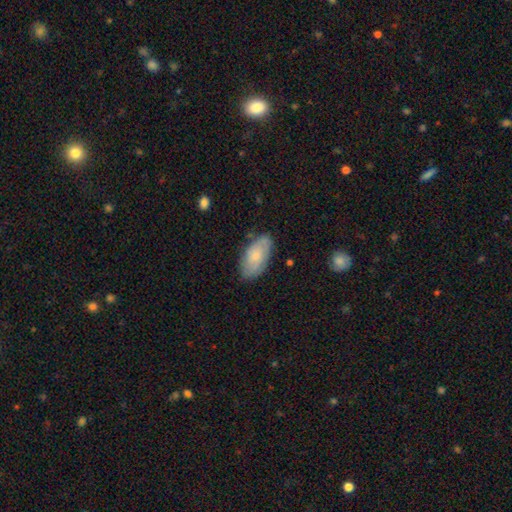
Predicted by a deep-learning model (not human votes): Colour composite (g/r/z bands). It shows a smooth galaxy with no disk features (65%) that is in between round and cigar-shaped (93%). Merging: none (75%).